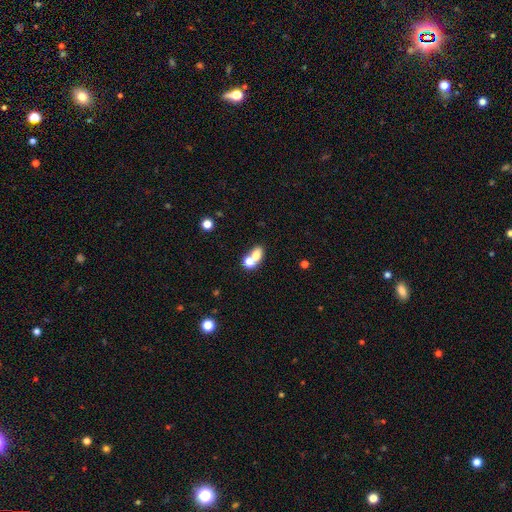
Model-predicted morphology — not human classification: smooth 72%, featured or disk 16%, star or artifact 13%. Down the decision tree: how rounded — in between (62%); merging — merger (57%).